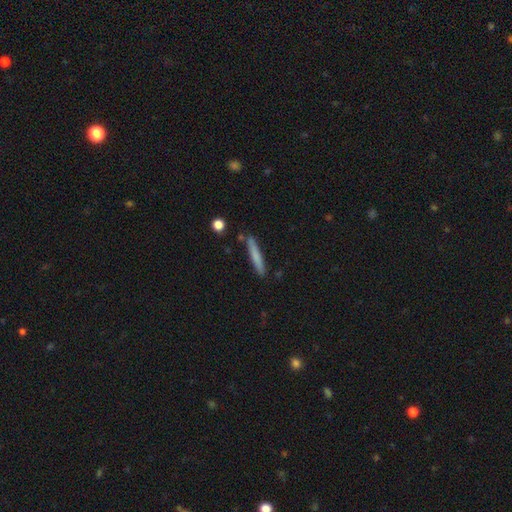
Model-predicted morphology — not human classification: type=smooth (73%); roundness=cigar-shaped (94%); merging=none (84%).